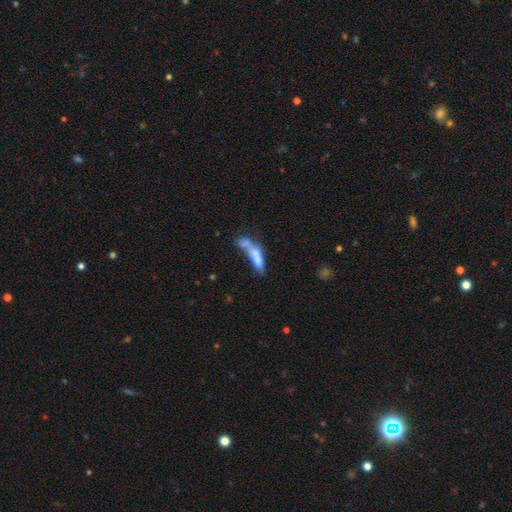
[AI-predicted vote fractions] Morphology: type=smooth (62%); roundness=cigar-shaped (59%); merging=merger (47%).